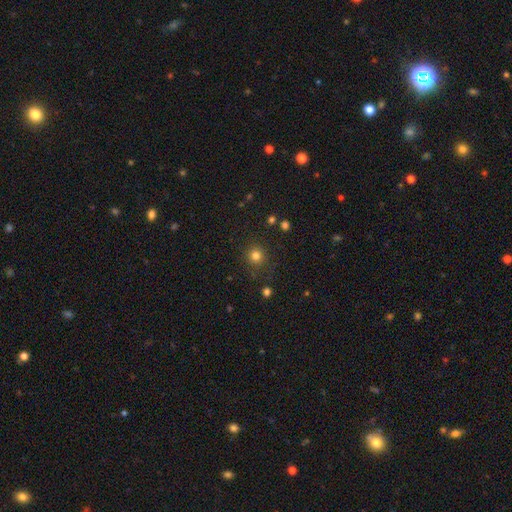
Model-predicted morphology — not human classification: A smooth galaxy with no disk features (80%) that is round (93%). Merging: none (88%).